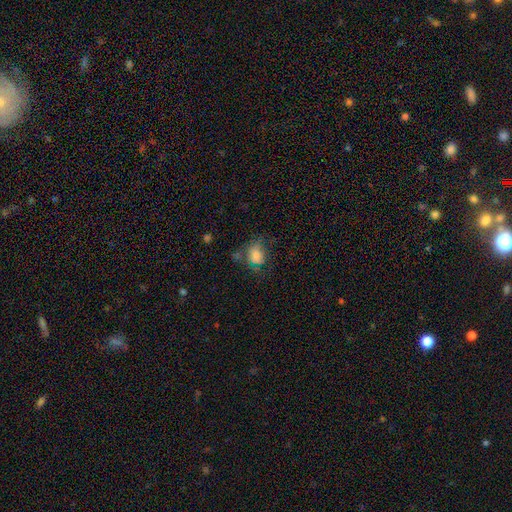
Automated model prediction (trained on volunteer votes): smooth 69%, featured or disk 18%, star or artifact 13%. Down the decision tree: how rounded — in between (55%); merging — none (48%).